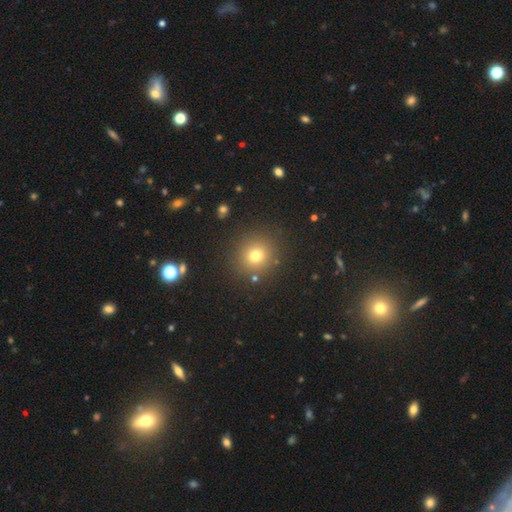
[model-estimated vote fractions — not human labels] This is likely a smooth galaxy (74%). How rounded: clearly round (91%). Merging: clearly none (87%).